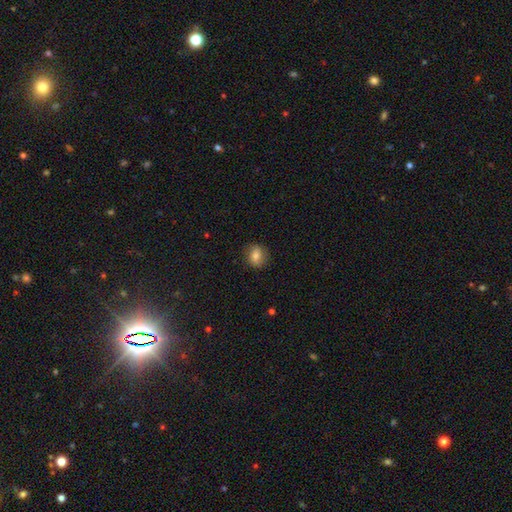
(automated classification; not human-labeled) Smooth or featured? Predicted: smooth (p=0.75). How rounded? Predicted: round (p=0.68). Merging? Predicted: none (p=0.84).